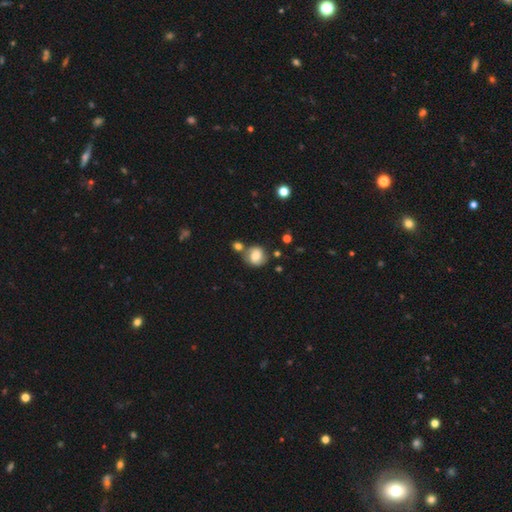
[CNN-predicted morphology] smooth-or-featured: smooth: 71% | featured or disk: 19% | star or artifact: 10%
  how-rounded: round: 78% | in between: 21% | cigar-shaped: 1%
  merging: none: 57% | merger: 20% | minor disturbance: 17% | major disturbance: 6%